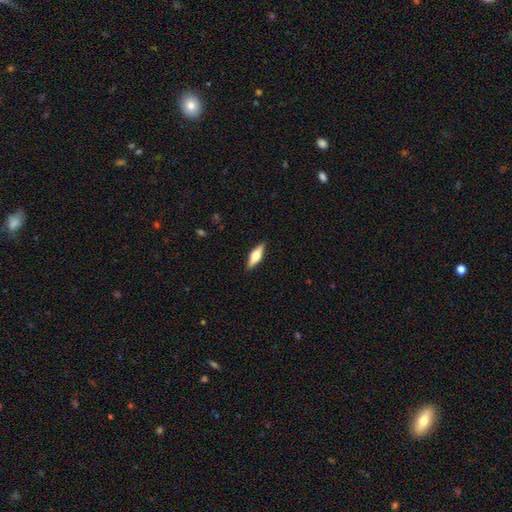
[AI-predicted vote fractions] smooth_or_featured: featured or disk (p=0.50) [alt: smooth p=0.44]
disk_edge_on: yes (p=0.95) [alt: no p=0.05]
merging: none (p=0.89) [alt: minor disturbance p=0.08]